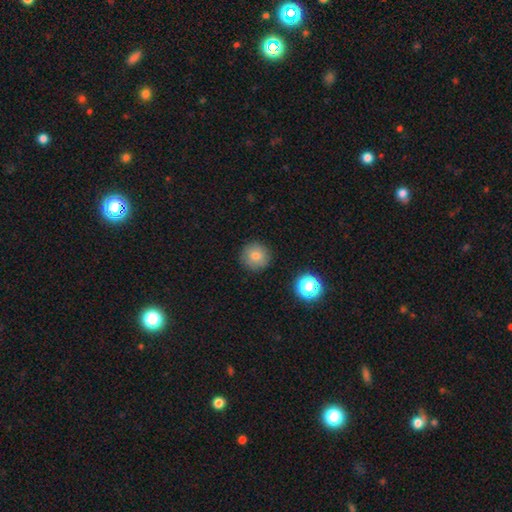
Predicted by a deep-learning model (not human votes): A smooth galaxy with no disk features (78%) that is round (95%).

Vote fractions:
- Smooth or featured? smooth: 78% / star or artifact: 13% / featured or disk: 9%
- How rounded? round: 95% / in between: 4% / cigar-shaped: 1%
- Merging? none: 90% / minor disturbance: 7% / major disturbance: 2% / merger: 1%